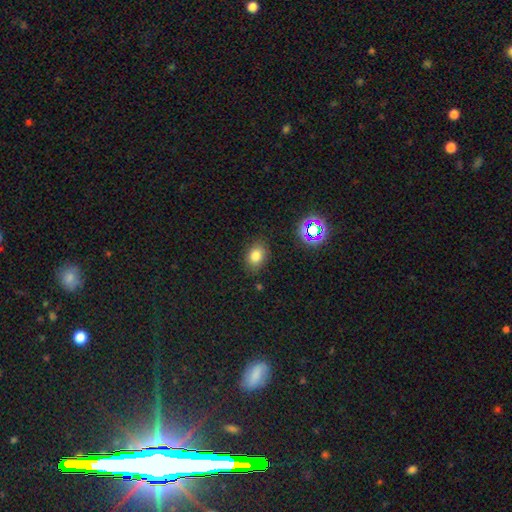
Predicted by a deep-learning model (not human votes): A smooth galaxy with no disk features (78%) that is in between round and cigar-shaped (66%).

Vote fractions:
- Smooth or featured? smooth: 78% / star or artifact: 14% / featured or disk: 8%
- How rounded? in between: 66% / round: 33% / cigar-shaped: 1%
- Merging? none: 82% / minor disturbance: 13% / major disturbance: 3% / merger: 2%